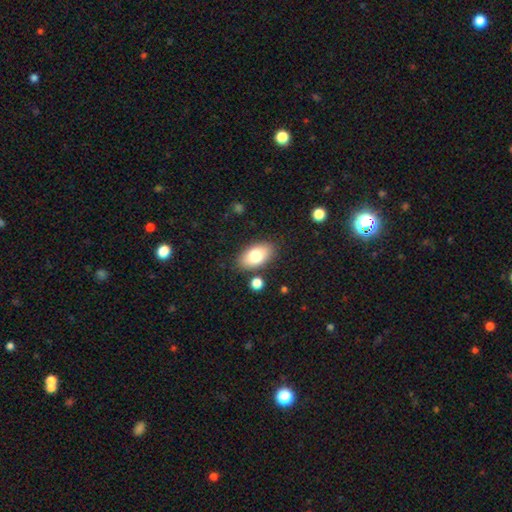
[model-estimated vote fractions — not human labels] A smooth galaxy with no disk features (78%) that is in between round and cigar-shaped (93%).

Vote fractions:
- Smooth or featured? smooth: 78% / featured or disk: 14% / star or artifact: 7%
- How rounded? in between: 93% / round: 5% / cigar-shaped: 2%
- Merging? none: 83% / minor disturbance: 11% / merger: 4% / major disturbance: 3%